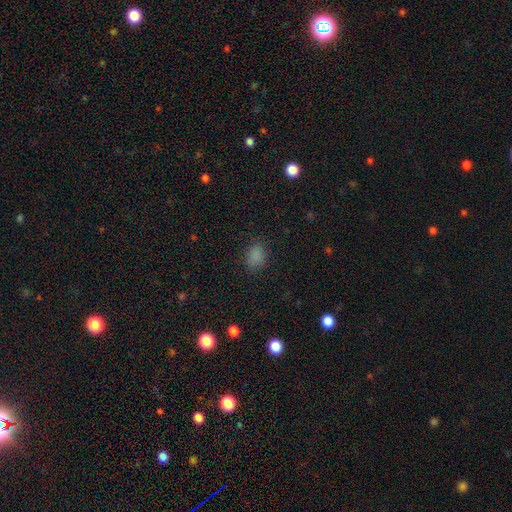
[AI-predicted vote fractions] This appears to be a smooth galaxy with no disk features (82%) that is in between round and cigar-shaped (73%). Merging: none (81%).